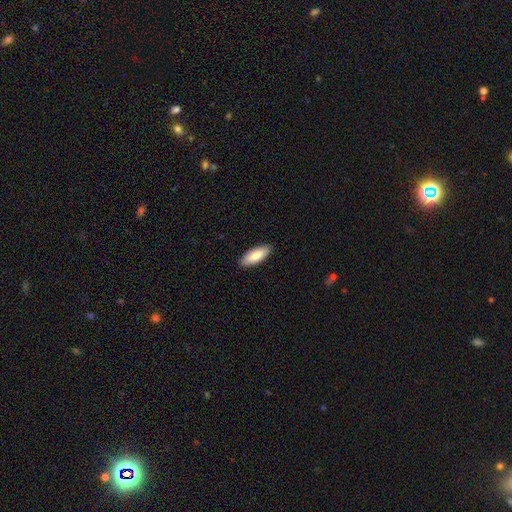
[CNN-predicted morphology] Smooth or featured: smooth — 82% (featured or disk — 12%)
How rounded: in between — 74% (cigar-shaped — 25%)
Merging: none — 90% (minor disturbance — 8%)